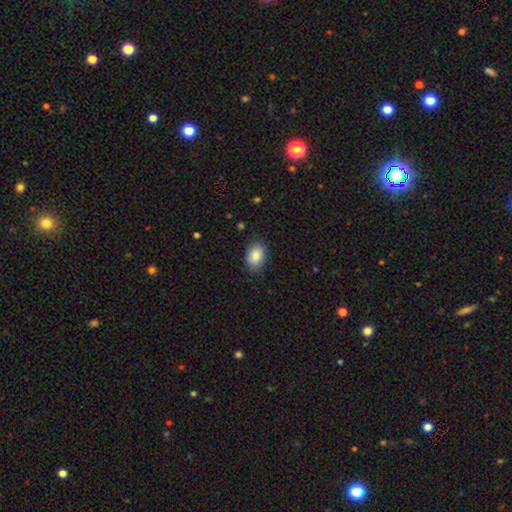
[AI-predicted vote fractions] smooth_or_featured: smooth (p=0.87) [alt: star or artifact p=0.07]
how_rounded: in between (p=0.80) [alt: round p=0.19]
merging: none (p=0.84) [alt: minor disturbance p=0.12]